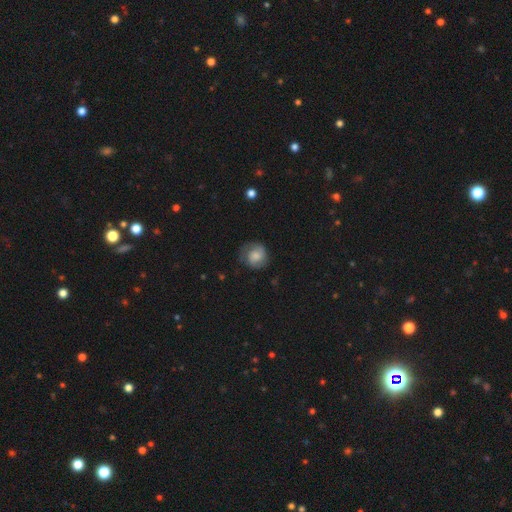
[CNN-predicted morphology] This appears to be a smooth galaxy with no disk features (59%) that is round (83%). Merging: none (64%).